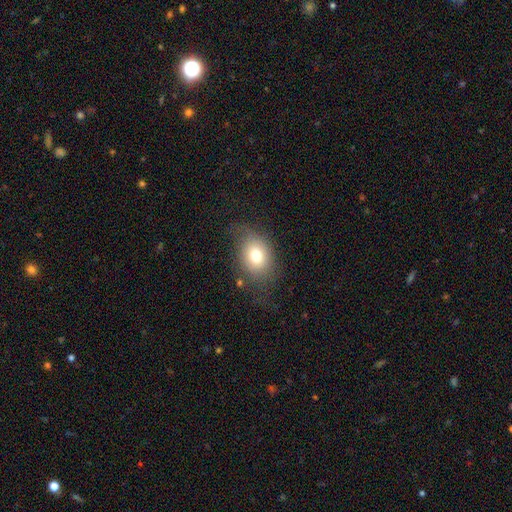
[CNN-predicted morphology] Smooth or featured?
  - smooth: 73% *
  - featured or disk: 15%
  - star or artifact: 12%
How rounded?
  - in between: 58% *
  - round: 41%
  - cigar-shaped: 1%
Merging?
  - none: 65% *
  - minor disturbance: 22%
  - major disturbance: 11%
  - merger: 2%